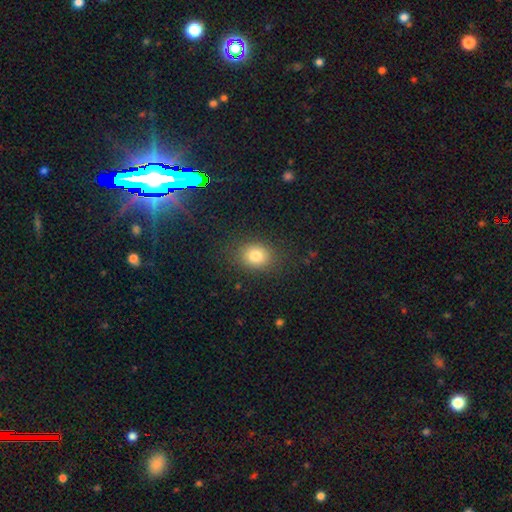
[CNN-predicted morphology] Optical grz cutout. It shows a smooth galaxy with no disk features (80%) that is round (53%). Merging: none (84%).